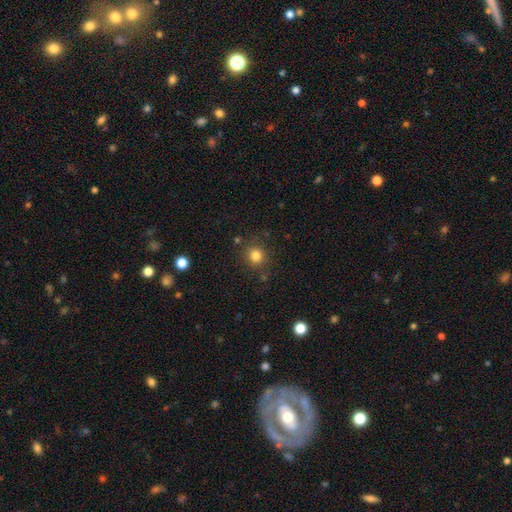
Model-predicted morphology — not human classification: smooth_or_featured: smooth (p=0.82) [alt: star or artifact p=0.13]
how_rounded: round (p=0.88) [alt: in between p=0.11]
merging: none (p=0.84) [alt: minor disturbance p=0.09]